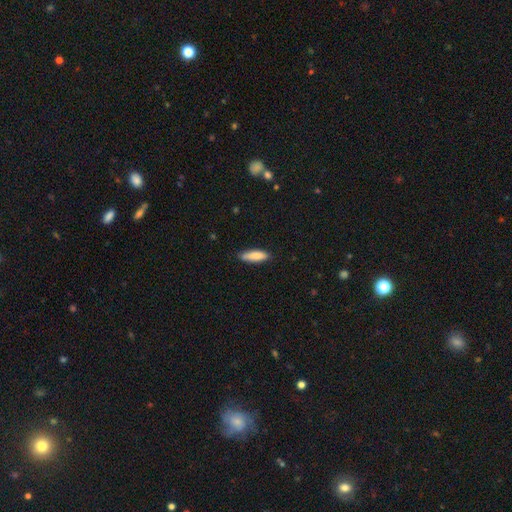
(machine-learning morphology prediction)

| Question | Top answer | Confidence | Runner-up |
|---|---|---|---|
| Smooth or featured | smooth | 85% | featured or disk (9%) |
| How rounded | cigar-shaped | 57% | in between (42%) |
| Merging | none | 82% | minor disturbance (14%) |